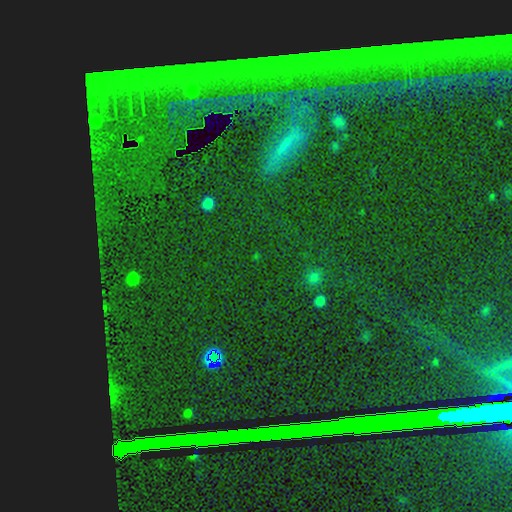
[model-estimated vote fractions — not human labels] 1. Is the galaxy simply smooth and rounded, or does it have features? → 82% star or artifact, 9% smooth, 9% featured or disk.